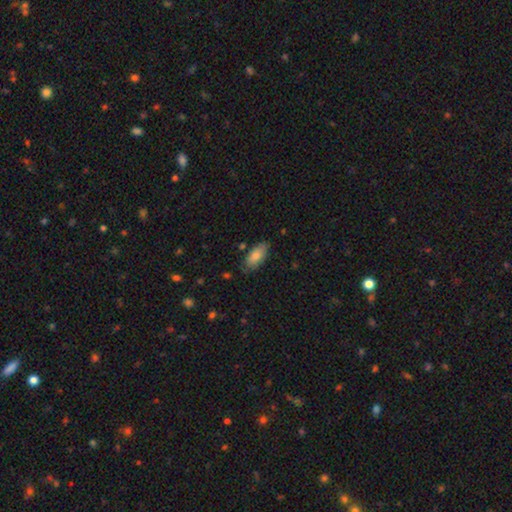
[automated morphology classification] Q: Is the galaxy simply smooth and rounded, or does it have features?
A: smooth — 80%.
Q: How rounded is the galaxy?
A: in between — 89%.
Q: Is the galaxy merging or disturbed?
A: none — 76%.